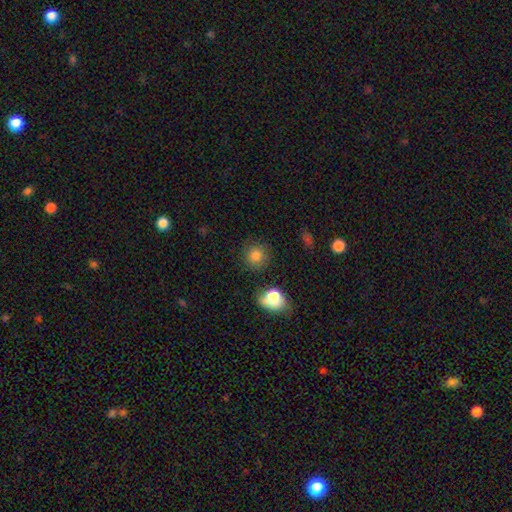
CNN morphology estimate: A smooth galaxy with no disk features (81%) that is round (88%).

Vote fractions:
- Smooth or featured? smooth: 81% / star or artifact: 13% / featured or disk: 7%
- How rounded? round: 88% / in between: 11% / cigar-shaped: 1%
- Merging? none: 80% / minor disturbance: 11% / merger: 5% / major disturbance: 4%